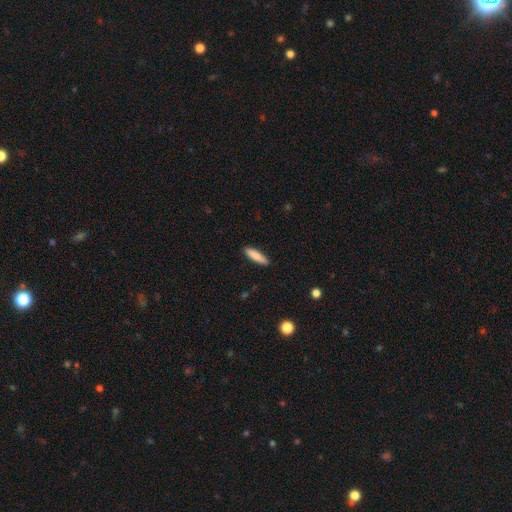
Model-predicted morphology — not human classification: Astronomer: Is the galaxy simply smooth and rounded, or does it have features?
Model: smooth — 85%.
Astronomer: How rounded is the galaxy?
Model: cigar-shaped — 69%.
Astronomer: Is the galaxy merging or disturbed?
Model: none — 89%.